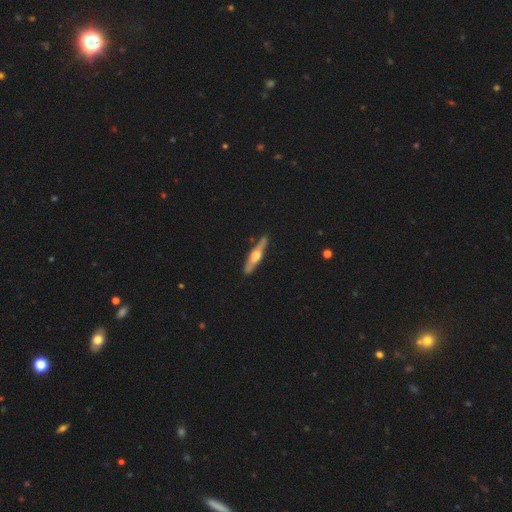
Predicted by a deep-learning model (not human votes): This appears to be a featured or disk galaxy (65%) viewed edge-on (94%) with a rounded central bulge (92%). Merging: none (89%).